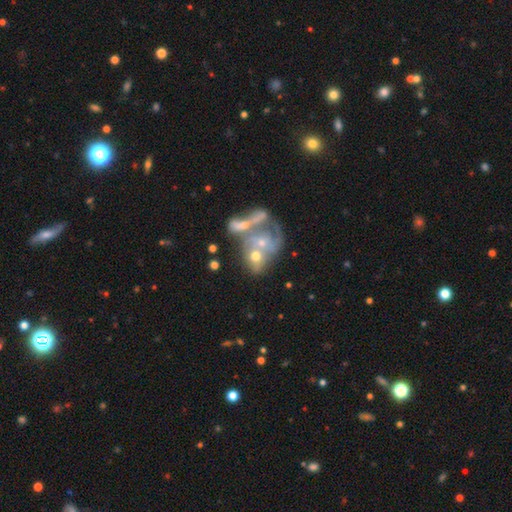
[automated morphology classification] type=featured or disk (61%); edge-on=no (95%); bar=no (80%); spiral arms=no (65%); bulge=moderate (38%, tied with small); merging=merger (59%).